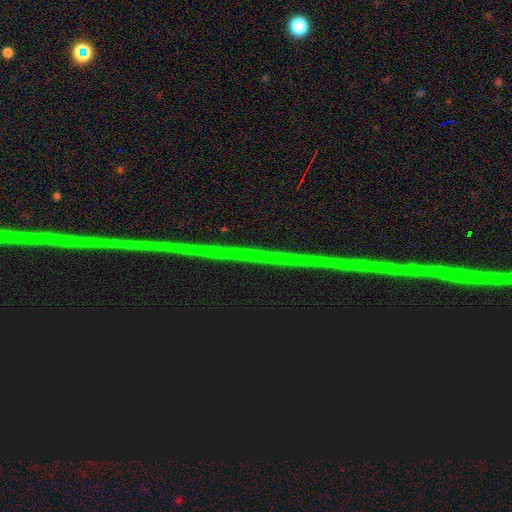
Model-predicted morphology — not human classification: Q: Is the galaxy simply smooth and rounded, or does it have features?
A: star or artifact — 89%.